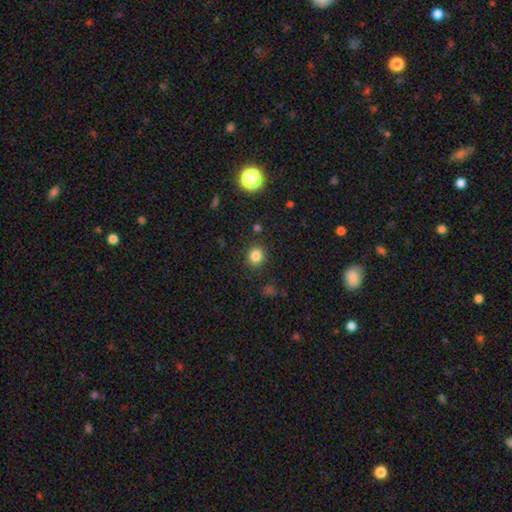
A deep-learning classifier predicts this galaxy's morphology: This appears to be a smooth galaxy with no disk features (81%) that is round (84%). Merging: none (88%).